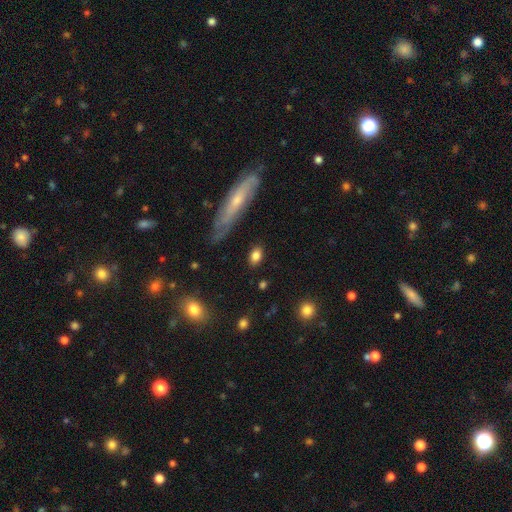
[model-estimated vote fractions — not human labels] The model was most divided on "how rounded": in between: 77%, round: 17%, cigar-shaped: 6%. More confident: merging — none (84%); smooth or featured — smooth (81%).